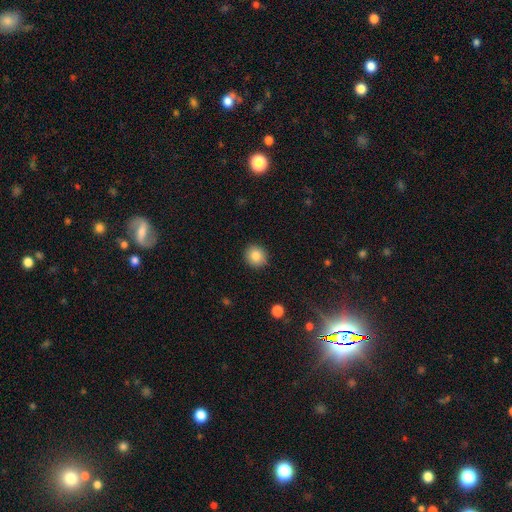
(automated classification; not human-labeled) The model was most divided on "smooth or featured": smooth: 84%, star or artifact: 9%, featured or disk: 7%. More confident: merging — none (90%); how rounded — round (87%).